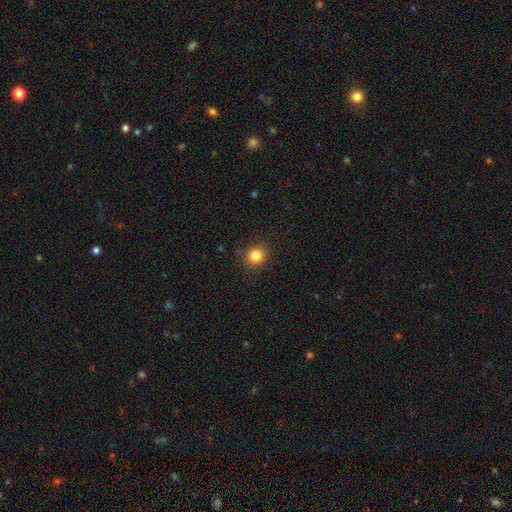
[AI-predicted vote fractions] smooth 84%, star or artifact 11%, featured or disk 5%. Down the decision tree: how rounded — round (74%); merging — none (86%).